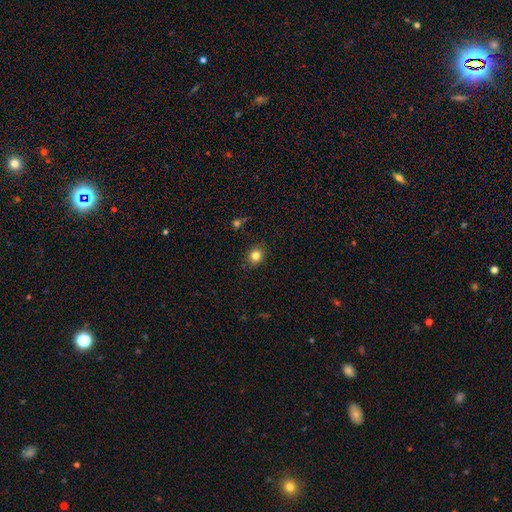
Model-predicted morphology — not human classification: smooth_or_featured: smooth (p=0.82) [alt: star or artifact p=0.12]
how_rounded: round (p=0.81) [alt: in between p=0.18]
merging: none (p=0.88) [alt: minor disturbance p=0.09]